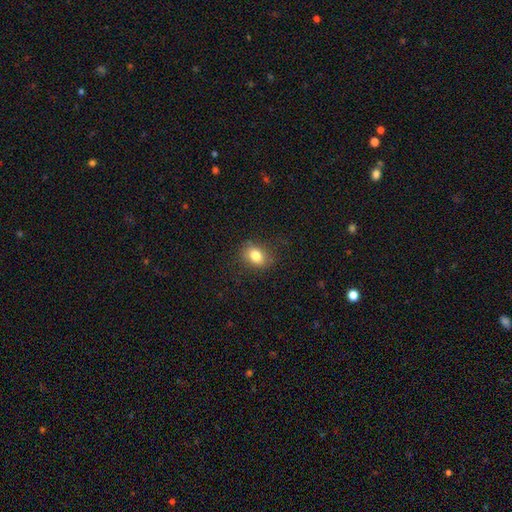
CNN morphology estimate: A smooth galaxy with no disk features (81%) that is in between round and cigar-shaped (69%). Merging: none (81%).